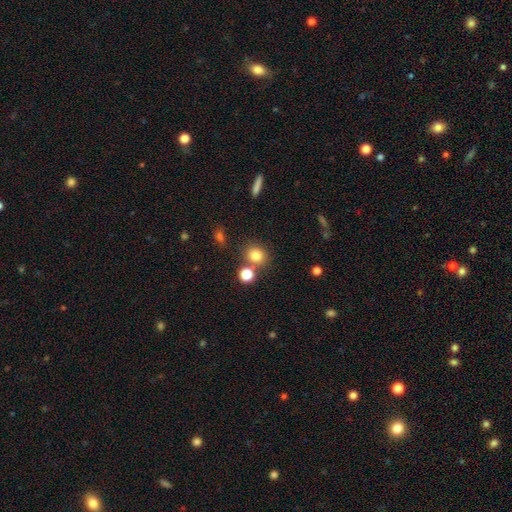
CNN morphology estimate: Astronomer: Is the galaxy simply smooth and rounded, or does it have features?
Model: smooth — 79%.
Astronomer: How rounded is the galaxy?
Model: round — 78%.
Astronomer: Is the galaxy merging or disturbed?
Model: none — 67%.